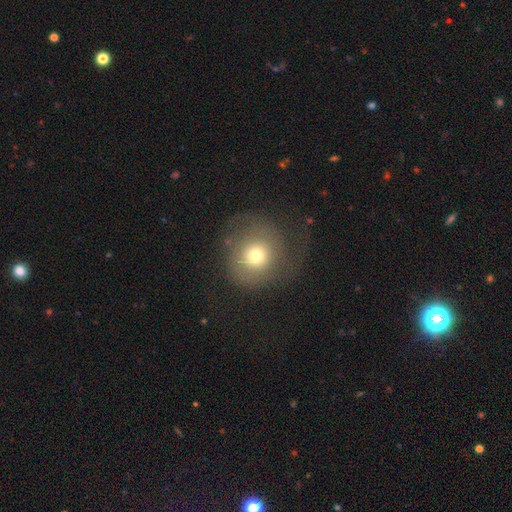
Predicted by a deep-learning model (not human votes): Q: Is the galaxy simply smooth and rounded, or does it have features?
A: smooth — 63%.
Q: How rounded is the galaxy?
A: round — 87%.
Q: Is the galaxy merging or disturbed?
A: none — 52%.